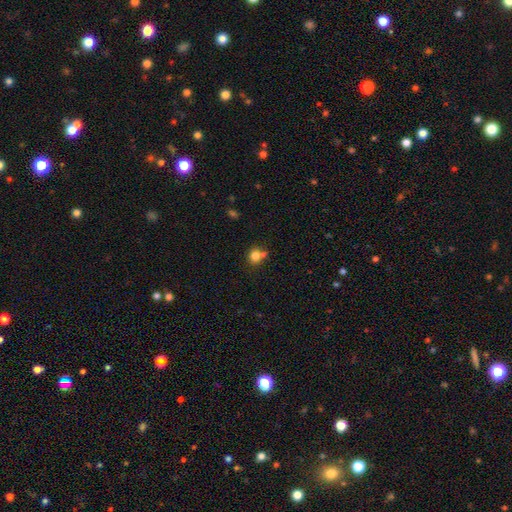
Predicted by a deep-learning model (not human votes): Smooth or featured? Predicted: smooth (p=0.80). How rounded? Predicted: round (p=0.78). Merging? Predicted: none (p=0.52).